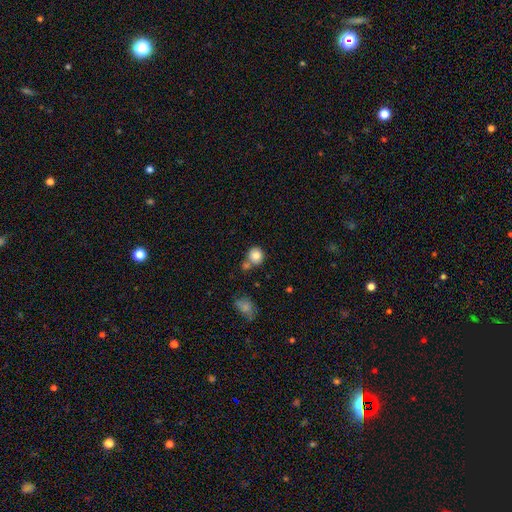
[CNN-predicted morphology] The model was most divided on "merging": none: 62%, merger: 21%, minor disturbance: 13%, major disturbance: 4%. More confident: how rounded — round (86%); smooth or featured — smooth (82%).